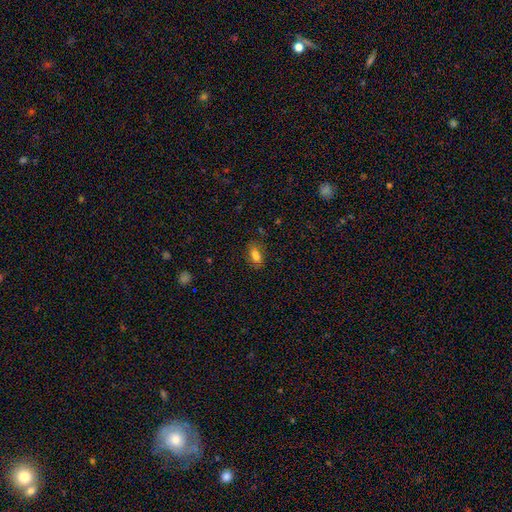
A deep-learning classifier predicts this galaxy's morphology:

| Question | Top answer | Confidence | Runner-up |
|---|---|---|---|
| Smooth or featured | smooth | 79% | star or artifact (12%) |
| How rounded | in between | 86% | round (8%) |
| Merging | none | 73% | minor disturbance (18%) |